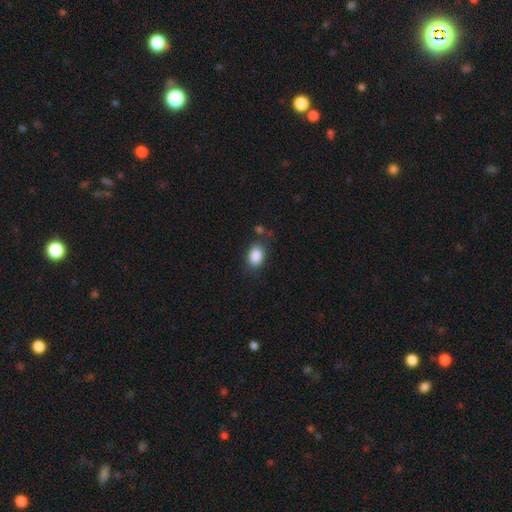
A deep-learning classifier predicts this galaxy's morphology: A smooth galaxy with no disk features (87%) that is in between round and cigar-shaped (80%).

Vote fractions:
- Smooth or featured? smooth: 87% / star or artifact: 8% / featured or disk: 5%
- How rounded? in between: 80% / round: 19% / cigar-shaped: 1%
- Merging? none: 75% / minor disturbance: 16% / major disturbance: 5% / merger: 4%